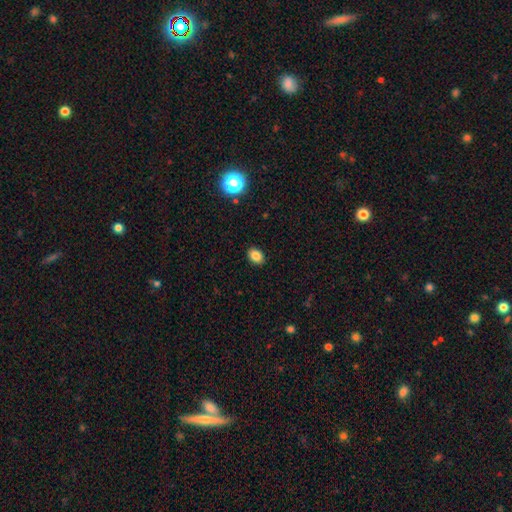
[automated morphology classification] The model was most divided on "how rounded": in between: 68%, round: 31%, cigar-shaped: 1%. More confident: merging — none (90%); smooth or featured — smooth (84%).